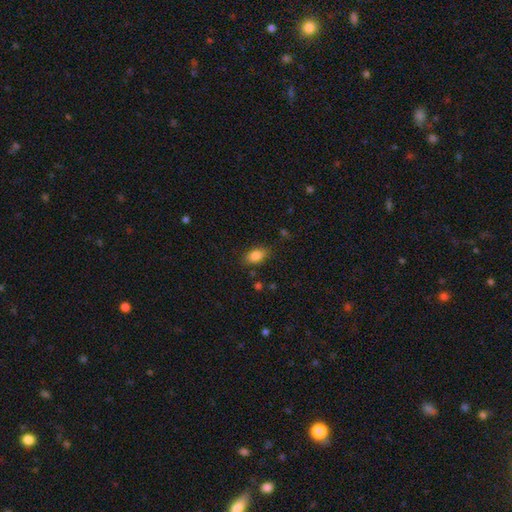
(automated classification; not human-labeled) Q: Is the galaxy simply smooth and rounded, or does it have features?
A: smooth — 84%.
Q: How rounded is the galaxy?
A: in between — 87%.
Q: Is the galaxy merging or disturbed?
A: none — 82%.